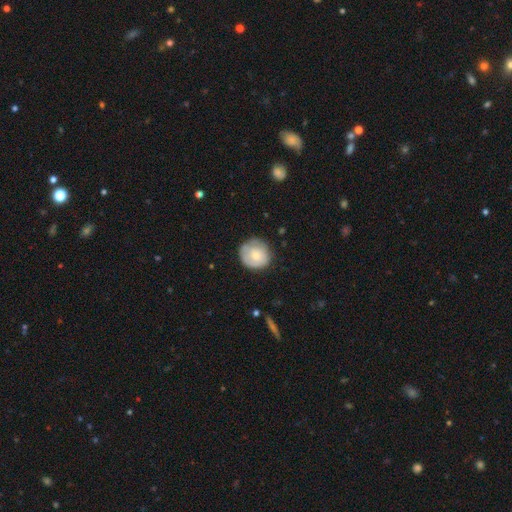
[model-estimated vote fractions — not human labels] smooth 64%, featured or disk 29%, star or artifact 7%. Down the decision tree: how rounded — round (90%); merging — none (71%).